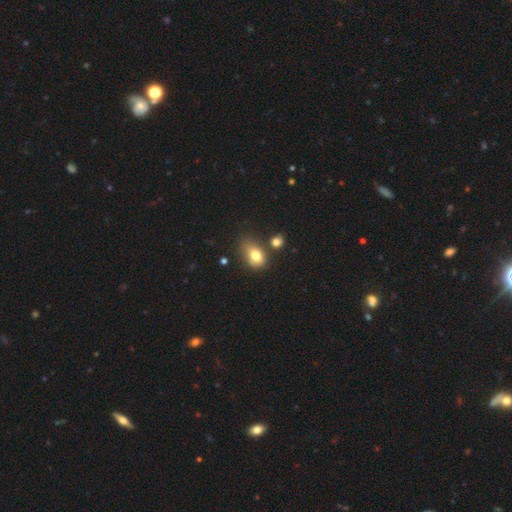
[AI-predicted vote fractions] Smooth or featured? Predicted: smooth (p=0.78). How rounded? Predicted: in between (p=0.77). Merging? Predicted: none (p=0.49).